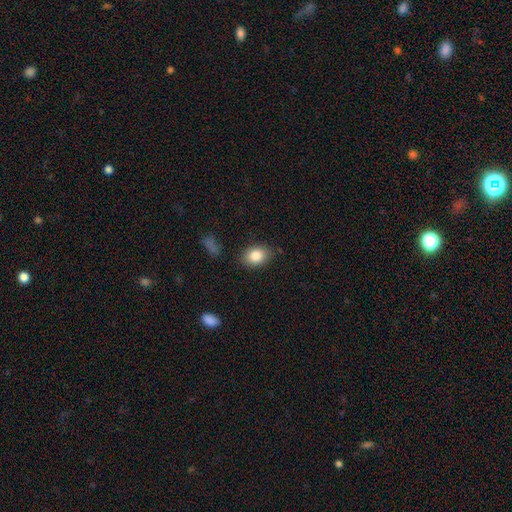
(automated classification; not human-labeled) Morphology: type=smooth (84%); roundness=in between (73%); merging=none (82%).